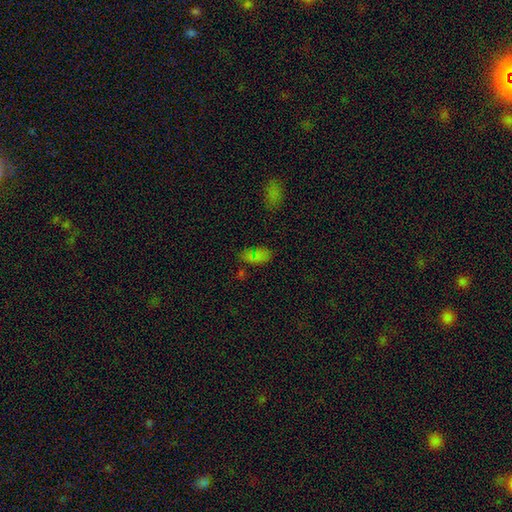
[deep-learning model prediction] Smooth or featured? smooth (66%)
How rounded? in between (92%)
Merging? none (75%)